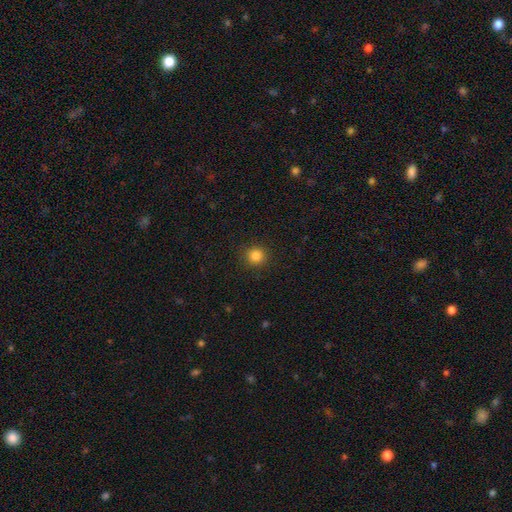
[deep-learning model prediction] Smooth or featured: smooth — 84% (star or artifact — 12%)
How rounded: round — 93% (in between — 6%)
Merging: none — 91% (minor disturbance — 6%)